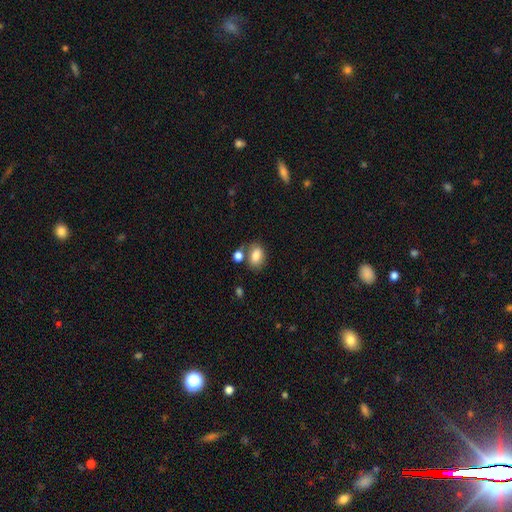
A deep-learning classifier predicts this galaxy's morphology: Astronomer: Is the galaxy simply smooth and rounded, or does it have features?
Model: smooth — 82%.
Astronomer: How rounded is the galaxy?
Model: in between — 74%.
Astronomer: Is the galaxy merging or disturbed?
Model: none — 61%.